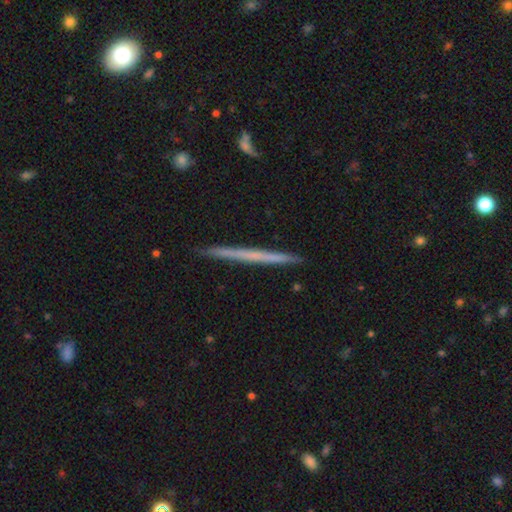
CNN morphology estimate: Overall: featured or disk (53%; smooth 41%). Edge-on disk: yes (98%). Edge-on bulge: none (89%). Merging: none (91%).